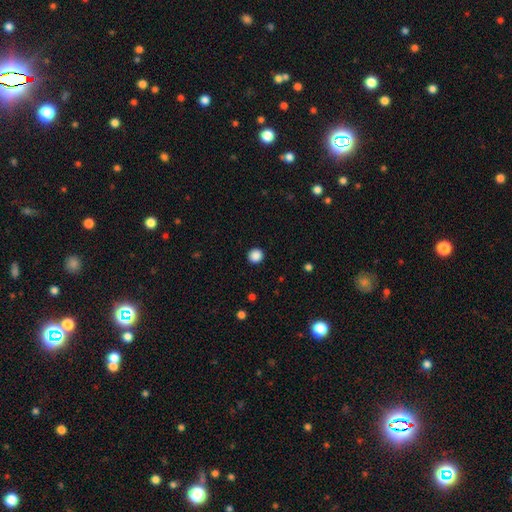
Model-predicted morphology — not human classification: Q: Smooth or featured?
A: smooth (88%); runner-up: star or artifact (10%)
Q: How rounded?
A: round (92%); runner-up: in between (7%)
Q: Merging?
A: none (92%); runner-up: minor disturbance (5%)